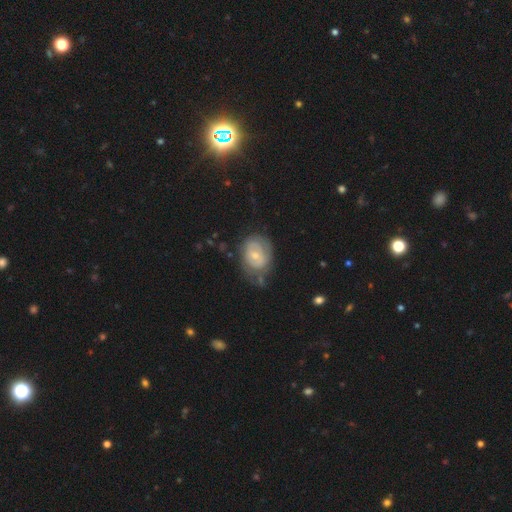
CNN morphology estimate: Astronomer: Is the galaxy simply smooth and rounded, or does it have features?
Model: featured or disk — 60%.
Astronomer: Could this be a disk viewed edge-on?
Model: no — 96%.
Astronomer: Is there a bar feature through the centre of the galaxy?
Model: no — 62%.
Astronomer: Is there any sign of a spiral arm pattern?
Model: yes — 63%.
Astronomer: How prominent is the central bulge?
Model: small — 54% (runner-up: moderate, 42%).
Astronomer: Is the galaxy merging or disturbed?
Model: none — 49% (runner-up: minor disturbance, 30%).